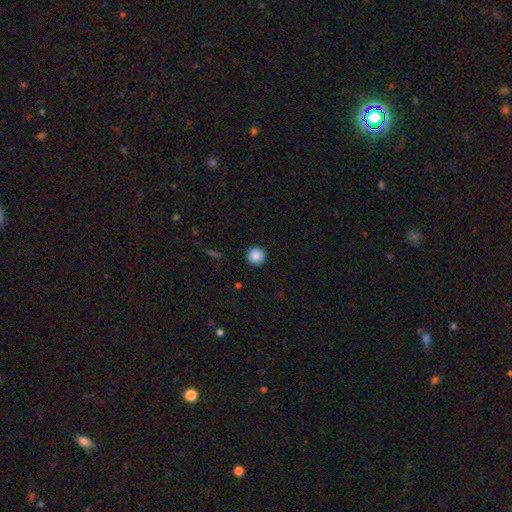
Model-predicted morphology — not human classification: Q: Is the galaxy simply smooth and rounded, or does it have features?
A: smooth — 88%.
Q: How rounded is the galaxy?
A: round — 95%.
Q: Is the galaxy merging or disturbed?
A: none — 92%.